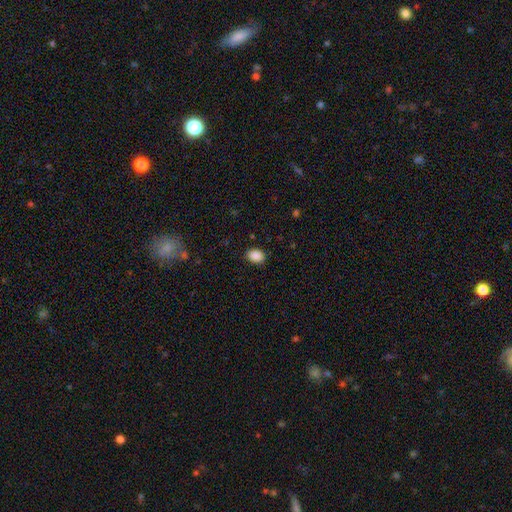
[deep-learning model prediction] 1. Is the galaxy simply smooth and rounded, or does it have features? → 89% smooth, 8% star or artifact, 3% featured or disk.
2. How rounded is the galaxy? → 75% in between, 24% round, 1% cigar-shaped.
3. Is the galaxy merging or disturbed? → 87% none, 9% minor disturbance, 2% major disturbance, 1% merger.